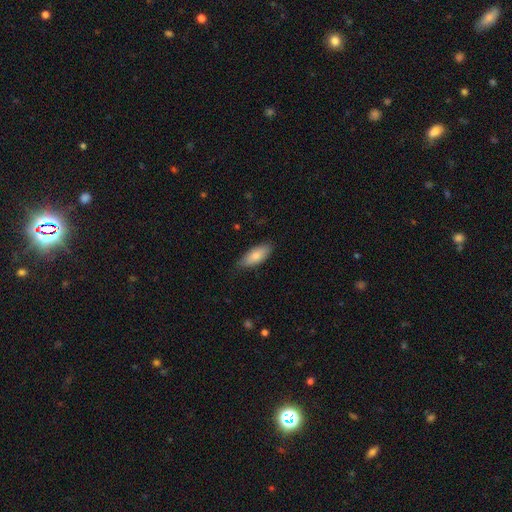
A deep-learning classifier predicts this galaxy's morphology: Q: Smooth or featured?
A: smooth (81%); runner-up: featured or disk (13%)
Q: How rounded?
A: in between (82%); runner-up: cigar-shaped (17%)
Q: Merging?
A: none (78%); runner-up: minor disturbance (18%)